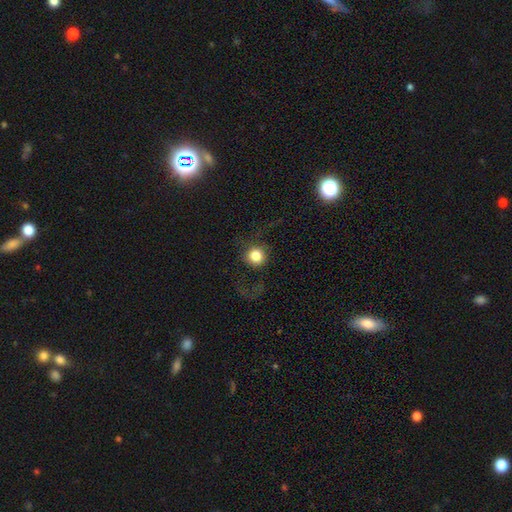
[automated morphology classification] A smooth galaxy with no disk features (73%) that is round (91%).

Vote fractions:
- Smooth or featured? smooth: 73% / featured or disk: 15% / star or artifact: 12%
- How rounded? round: 91% / in between: 7% / cigar-shaped: 1%
- Merging? none: 63% / major disturbance: 22% / minor disturbance: 13% / merger: 2%